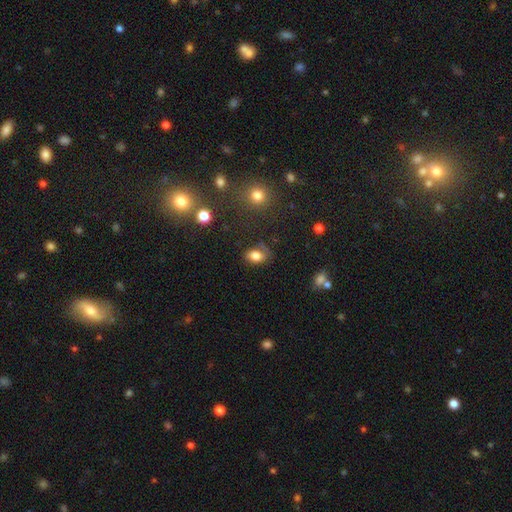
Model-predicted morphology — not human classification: Overall: smooth (80%). How rounded: in between (80%). Merging: none (64%).